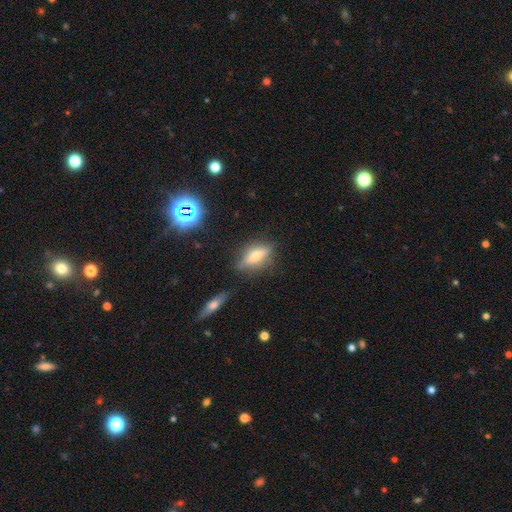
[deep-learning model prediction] Smooth or featured? Predicted: featured or disk (p=0.51). Edge-on disk? Predicted: yes (p=0.88). Merging? Predicted: none (p=0.80).